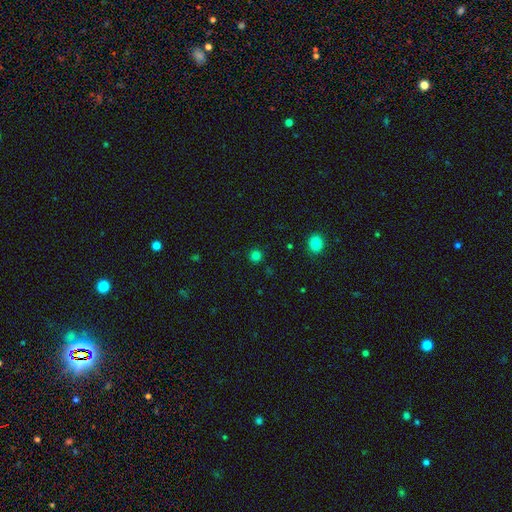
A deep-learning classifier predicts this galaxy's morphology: This appears to be a smooth galaxy with no disk features (79%) that is round (94%). Merging: none (90%).